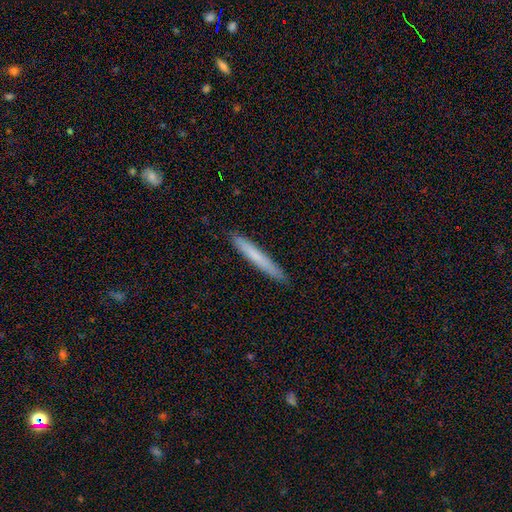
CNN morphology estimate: Q: Smooth or featured?
A: smooth (71%); runner-up: featured or disk (23%)
Q: How rounded?
A: cigar-shaped (97%); runner-up: in between (2%)
Q: Merging?
A: none (90%); runner-up: minor disturbance (8%)